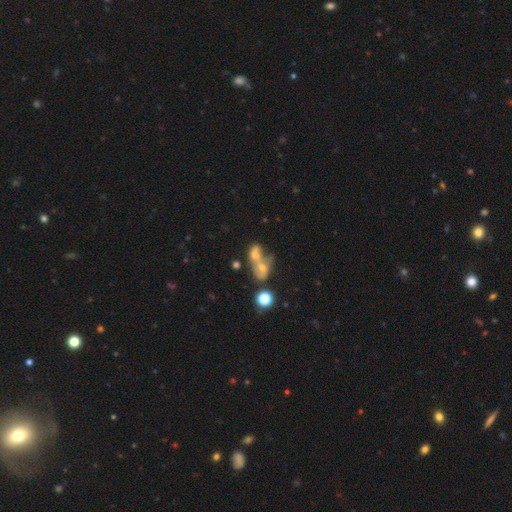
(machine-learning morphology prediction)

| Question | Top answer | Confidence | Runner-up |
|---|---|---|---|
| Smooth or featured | smooth | 42% | featured or disk (38%) |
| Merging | merger | 62% | none (22%) |